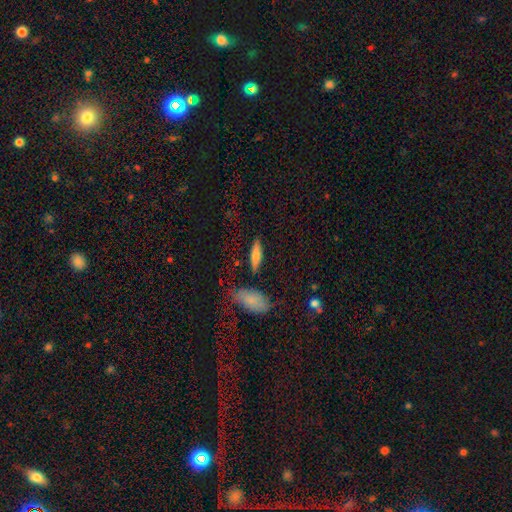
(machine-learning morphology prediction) smooth_or_featured: smooth (p=0.70) [alt: featured or disk p=0.23]
how_rounded: cigar-shaped (p=0.60) [alt: in between p=0.38]
merging: none (p=0.82) [alt: minor disturbance p=0.11]